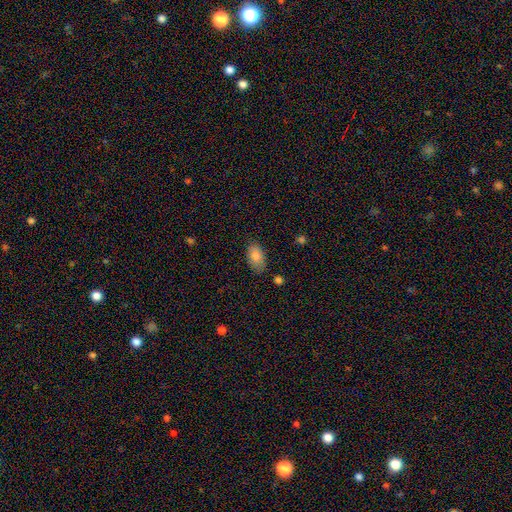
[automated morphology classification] This appears to be a smooth galaxy with no disk features (84%) that is in between round and cigar-shaped (92%). Merging: none (78%).